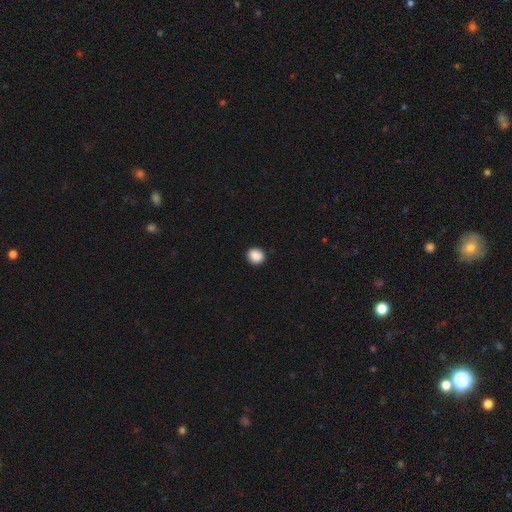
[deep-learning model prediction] smooth-or-featured: smooth: 89% | star or artifact: 8% | featured or disk: 3%
  how-rounded: round: 76% | in between: 23% | cigar-shaped: 1%
  merging: none: 90% | minor disturbance: 7% | major disturbance: 2% | merger: 1%